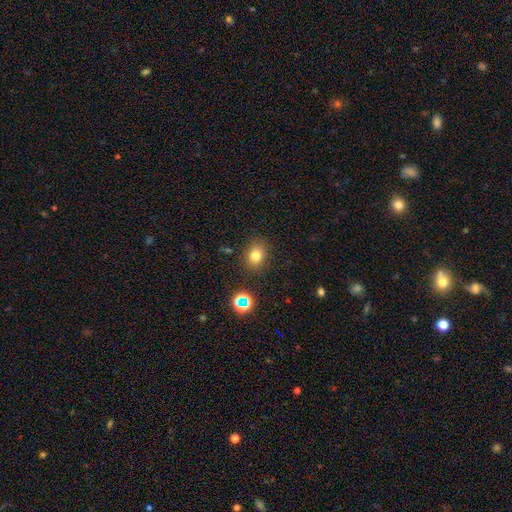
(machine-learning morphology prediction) smooth 77%, star or artifact 15%, featured or disk 8%. Down the decision tree: how rounded — round (51%); merging — none (83%).